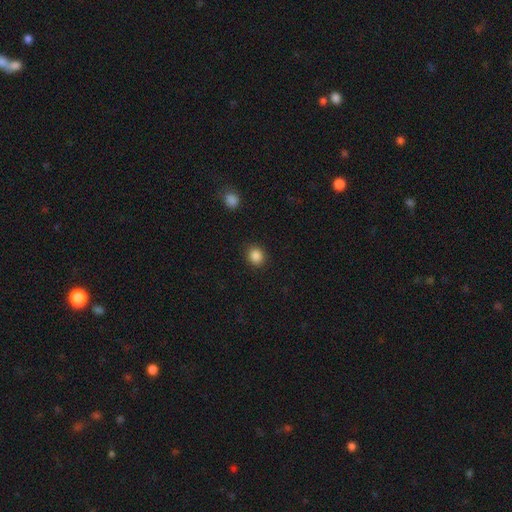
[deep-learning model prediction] Overall: smooth (87%). How rounded: round (78%). Merging: none (90%).